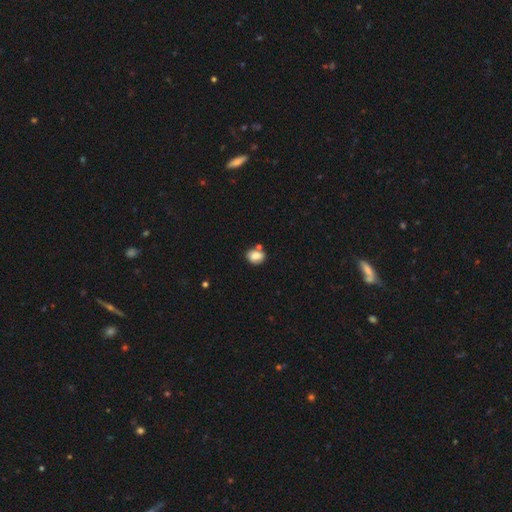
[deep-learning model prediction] Overall: smooth (78%). How rounded: in between (60%; round 39%). Merging: none (59%).